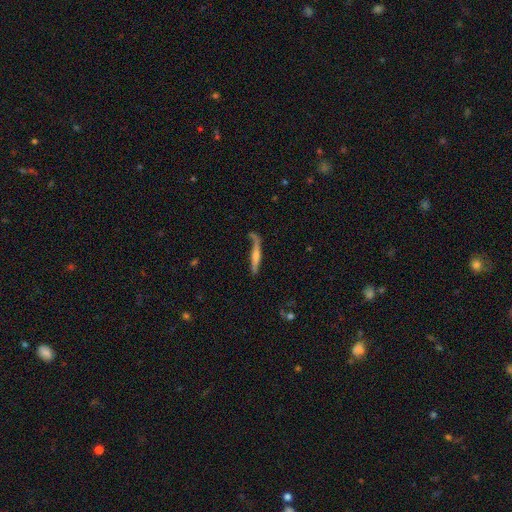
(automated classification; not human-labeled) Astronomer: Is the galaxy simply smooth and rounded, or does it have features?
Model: featured or disk — 58% (runner-up: smooth, 34%).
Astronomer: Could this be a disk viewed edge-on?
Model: yes — 88%.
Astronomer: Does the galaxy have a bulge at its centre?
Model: rounded — 67%.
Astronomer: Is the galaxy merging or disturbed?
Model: none — 57%.